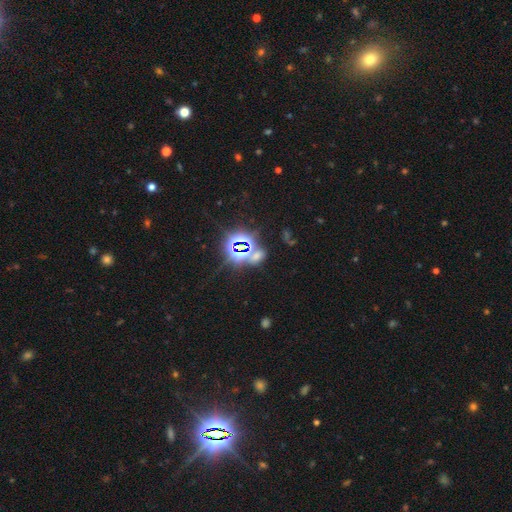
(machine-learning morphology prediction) Smooth or featured? Predicted: star or artifact (p=0.68).